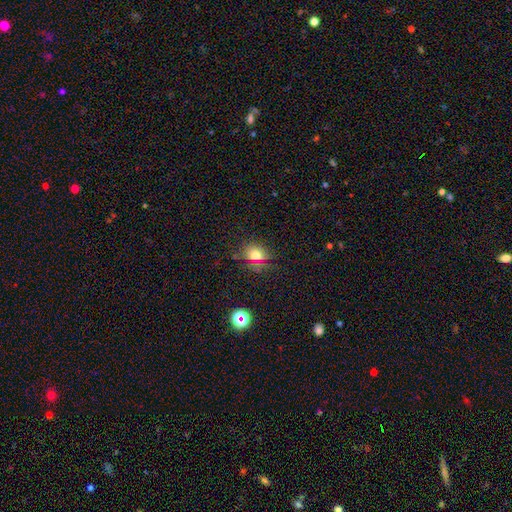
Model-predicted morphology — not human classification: Smooth or featured: smooth — 69% (star or artifact — 23%)
How rounded: round — 63% (in between — 35%)
Merging: none — 79% (minor disturbance — 14%)